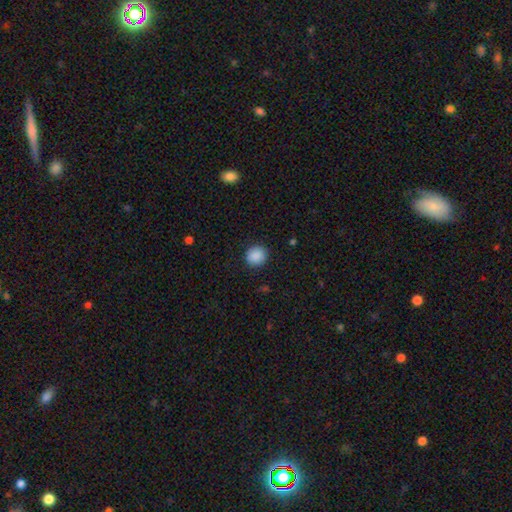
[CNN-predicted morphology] Overall: smooth (89%). How rounded: round (89%). Merging: none (90%).